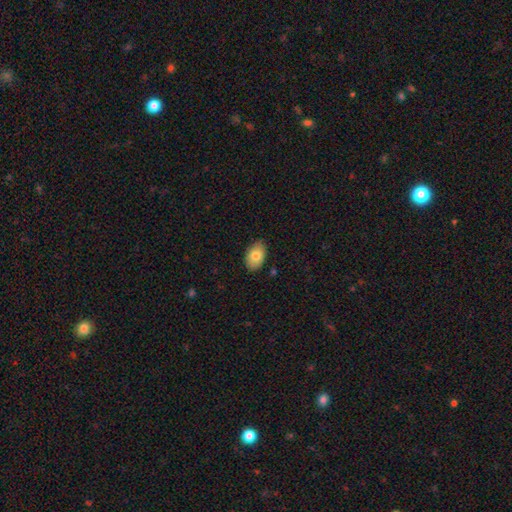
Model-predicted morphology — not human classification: smooth 81%, featured or disk 12%, star or artifact 7%. Down the decision tree: how rounded — in between (90%); merging — none (83%).